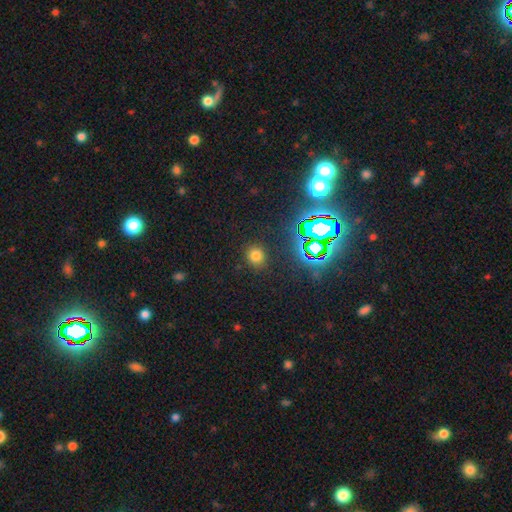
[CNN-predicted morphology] This appears to be a smooth galaxy with no disk features (71%) that is round (83%). Merging: none (88%).